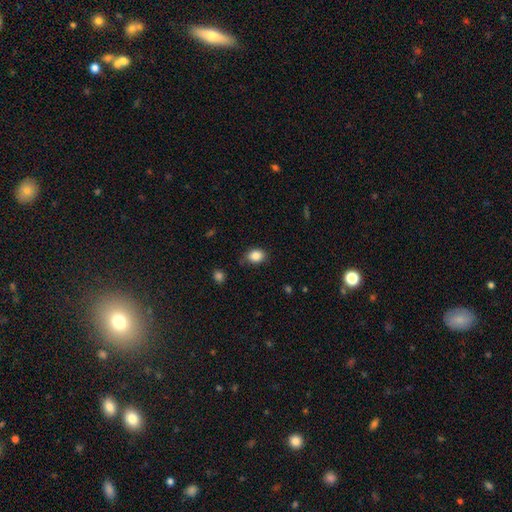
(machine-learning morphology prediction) smooth-or-featured: smooth: 86% | star or artifact: 9% | featured or disk: 5%
  how-rounded: in between: 60% | round: 39% | cigar-shaped: 1%
  merging: none: 77% | minor disturbance: 18% | major disturbance: 4% | merger: 2%